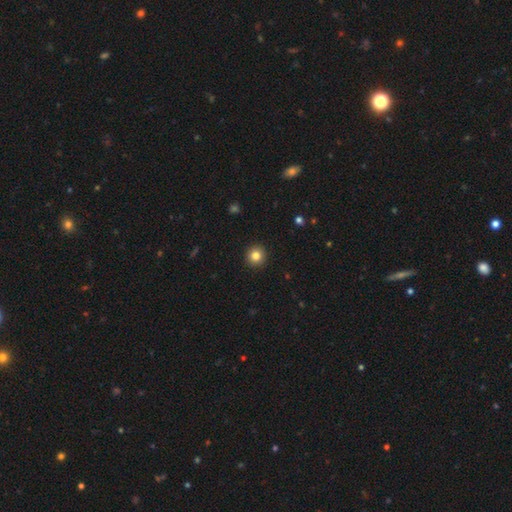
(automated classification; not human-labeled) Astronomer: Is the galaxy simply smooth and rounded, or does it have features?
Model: smooth — 83%.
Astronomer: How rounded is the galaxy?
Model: round — 94%.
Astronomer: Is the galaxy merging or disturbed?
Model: none — 93%.